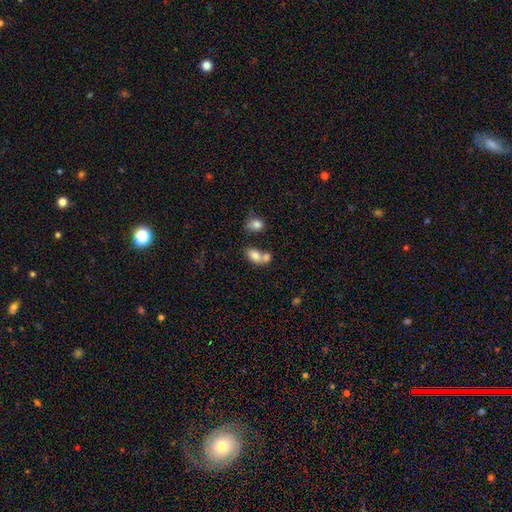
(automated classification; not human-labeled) Q: Smooth or featured?
A: smooth (78%); runner-up: featured or disk (13%)
Q: How rounded?
A: in between (82%); runner-up: round (16%)
Q: Merging?
A: merger (58%); runner-up: none (28%)